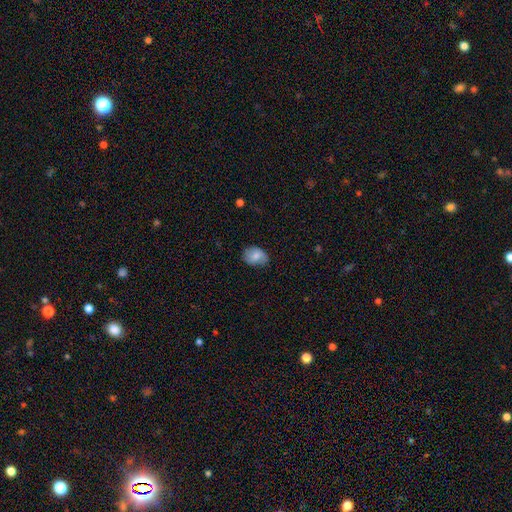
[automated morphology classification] Q: Smooth or featured?
A: smooth (77%); runner-up: featured or disk (16%)
Q: How rounded?
A: in between (68%); runner-up: round (31%)
Q: Merging?
A: none (67%); runner-up: minor disturbance (27%)